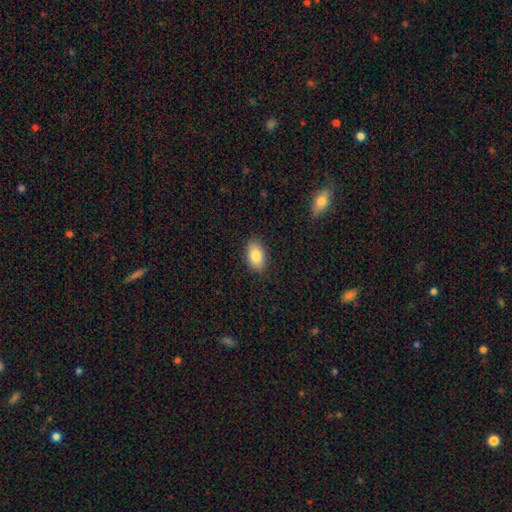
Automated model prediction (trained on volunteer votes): Overall: smooth (83%). How rounded: in between (91%). Merging: none (88%).